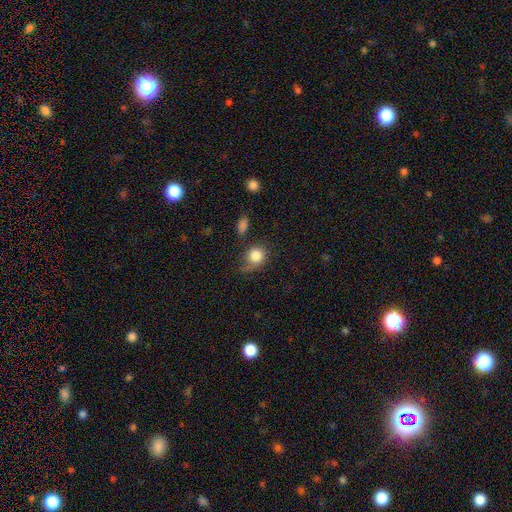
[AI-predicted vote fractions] Q: Smooth or featured?
A: smooth (83%); runner-up: star or artifact (9%)
Q: How rounded?
A: round (76%); runner-up: in between (23%)
Q: Merging?
A: none (55%); runner-up: minor disturbance (28%)